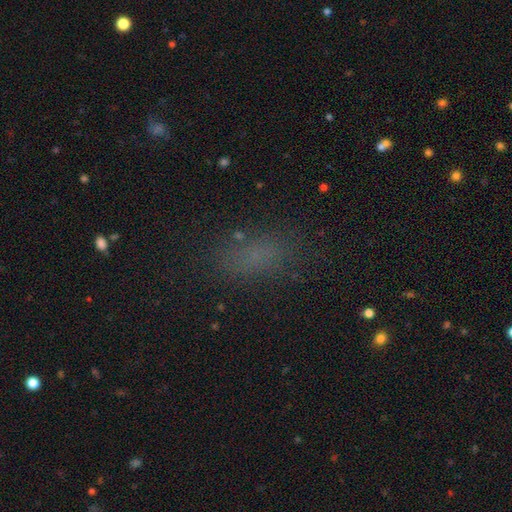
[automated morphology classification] Smooth or featured? Predicted: smooth (p=0.70). How rounded? Predicted: in between (p=0.81). Merging? Predicted: none (p=0.78).